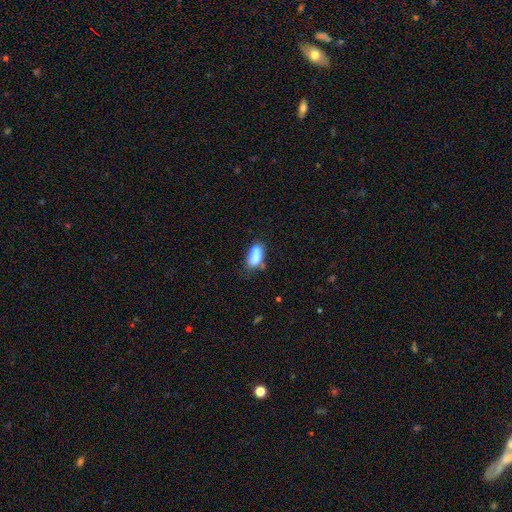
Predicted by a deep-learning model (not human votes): Morphology: type=smooth (80%); roundness=in between (88%); merging=none (47%).